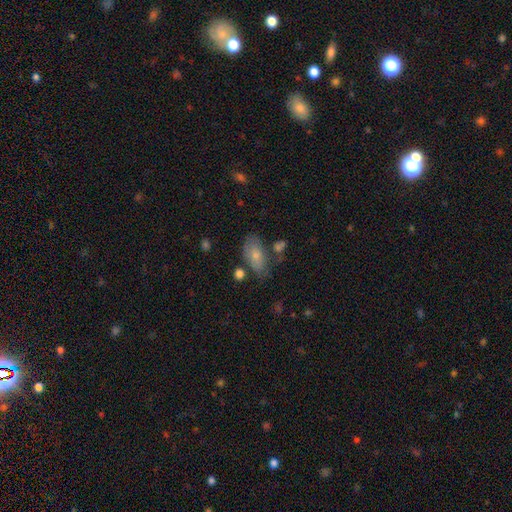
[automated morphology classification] Smooth or featured? Predicted: smooth (p=0.71). How rounded? Predicted: in between (p=0.91). Merging? Predicted: none (p=0.59).